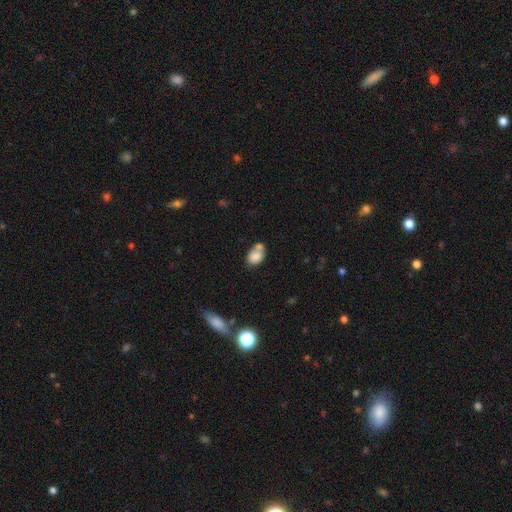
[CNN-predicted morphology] Overall: smooth (81%). How rounded: in between (71%). Merging: none (41%; merger 38%).